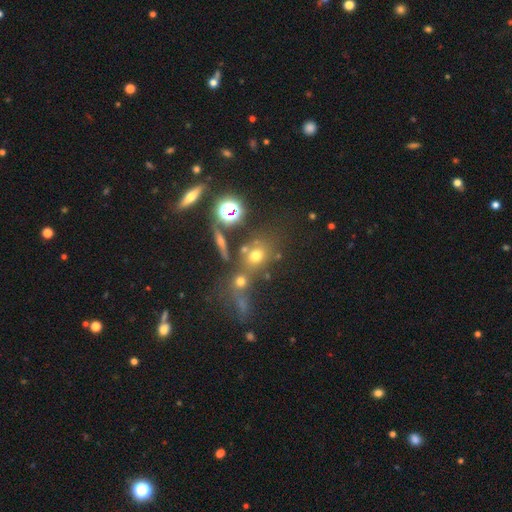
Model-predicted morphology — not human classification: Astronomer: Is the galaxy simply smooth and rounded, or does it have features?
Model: smooth — 61%.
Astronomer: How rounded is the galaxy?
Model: round — 60% (runner-up: in between, 36%).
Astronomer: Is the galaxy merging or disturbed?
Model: none — 50% (runner-up: merger, 30%).